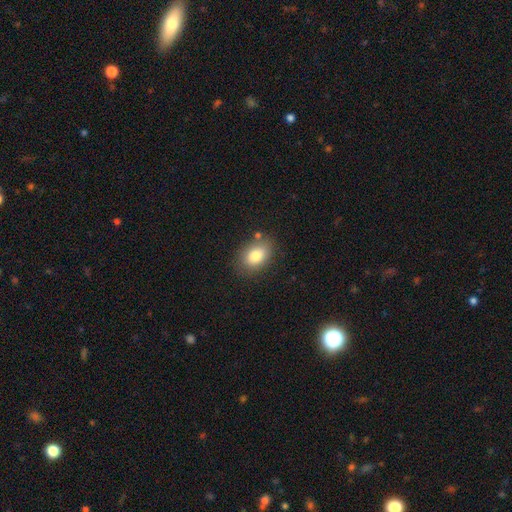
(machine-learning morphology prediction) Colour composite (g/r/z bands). It shows a smooth galaxy with no disk features (80%) that is in between round and cigar-shaped (79%). Merging: none (77%).